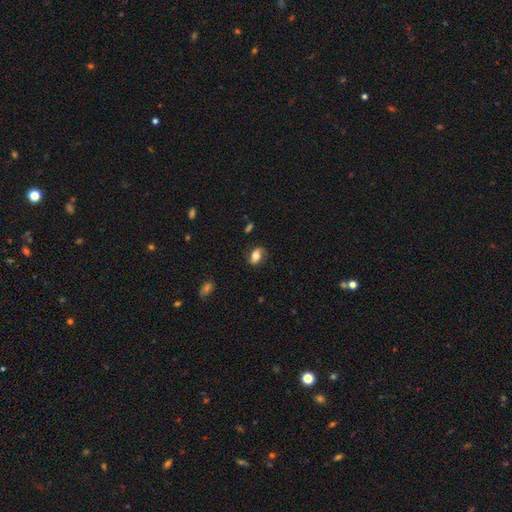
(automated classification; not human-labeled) Smooth or featured? smooth (64%)
How rounded? in between (78%)
Merging? none (77%)